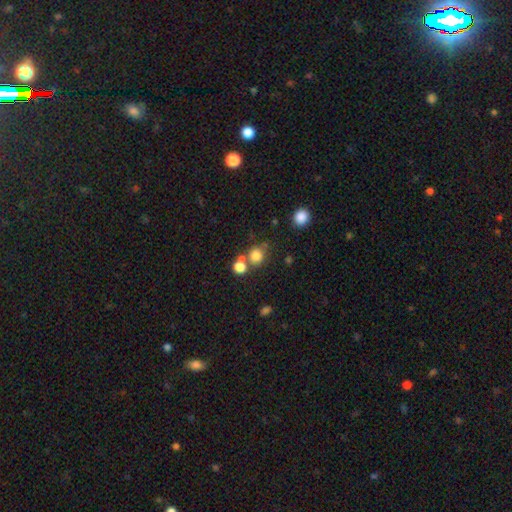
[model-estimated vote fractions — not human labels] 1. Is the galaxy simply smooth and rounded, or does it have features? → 78% smooth, 14% star or artifact, 8% featured or disk.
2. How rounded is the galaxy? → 84% round, 15% in between, 1% cigar-shaped.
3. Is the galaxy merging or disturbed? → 56% none, 30% merger, 10% minor disturbance, 5% major disturbance.